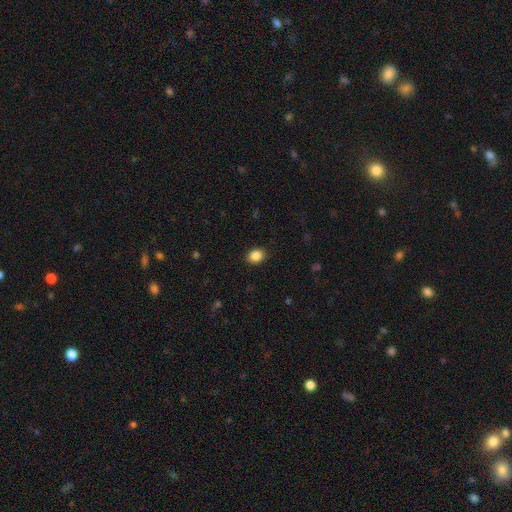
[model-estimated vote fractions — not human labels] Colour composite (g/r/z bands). It shows a smooth galaxy with no disk features (88%) that is in between round and cigar-shaped (61%). Merging: none (89%).